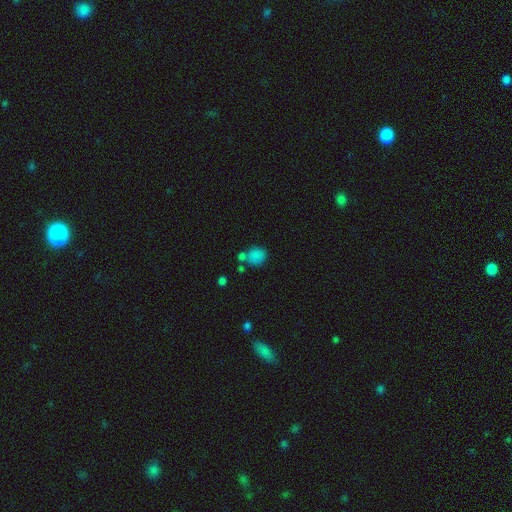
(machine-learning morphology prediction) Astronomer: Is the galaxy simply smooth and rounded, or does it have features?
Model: smooth — 81%.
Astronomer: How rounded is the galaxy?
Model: round — 77%.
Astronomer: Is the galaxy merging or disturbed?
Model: none — 60%.